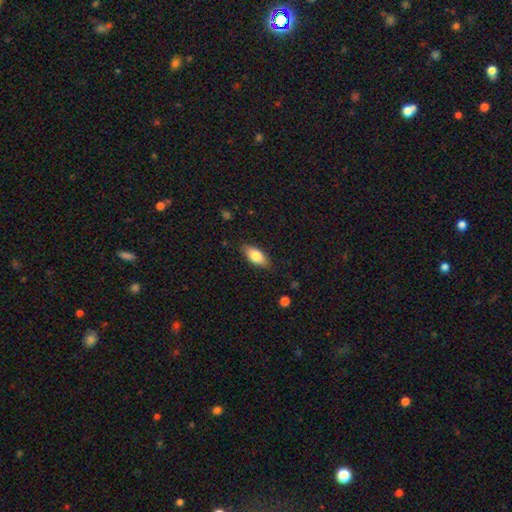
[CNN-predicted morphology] Smooth or featured?
  - smooth: 78% *
  - featured or disk: 15%
  - star or artifact: 7%
How rounded?
  - in between: 86% *
  - cigar-shaped: 11%
  - round: 3%
Merging?
  - none: 84% *
  - minor disturbance: 13%
  - major disturbance: 3%
  - merger: 1%